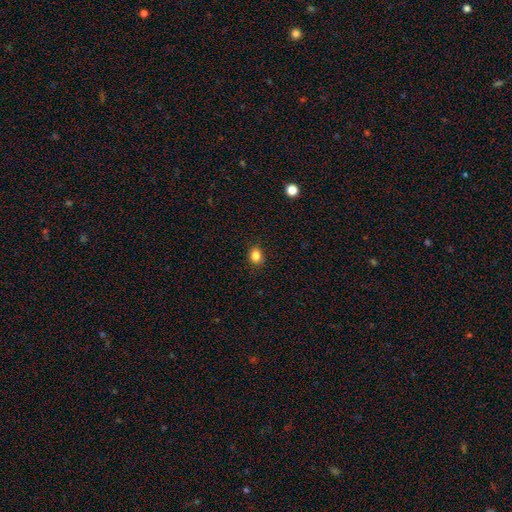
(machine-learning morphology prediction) The model was most divided on "how rounded": round: 56%, in between: 43%, cigar-shaped: 1%. More confident: merging — none (87%); smooth or featured — smooth (84%).